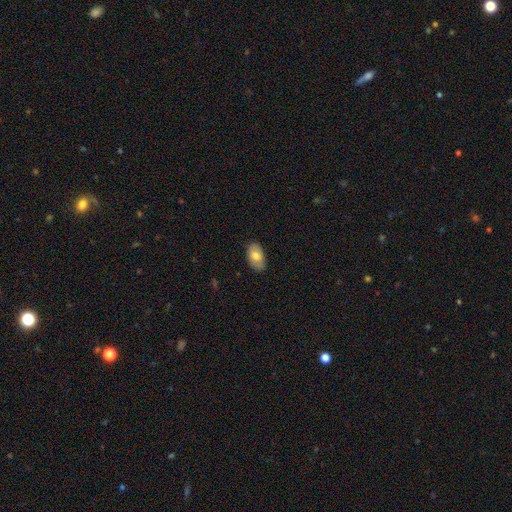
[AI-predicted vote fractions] Overall: smooth (72%). How rounded: in between (93%). Merging: none (81%).